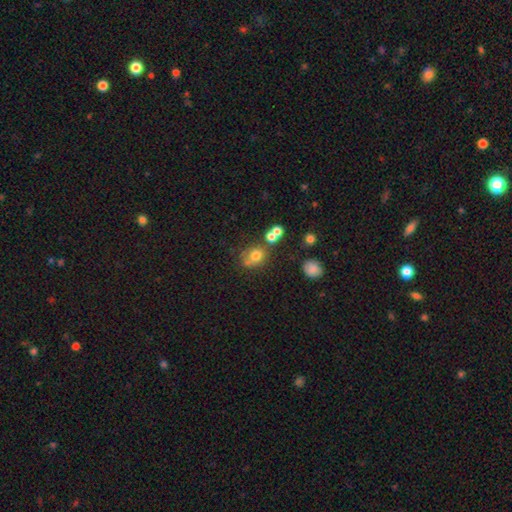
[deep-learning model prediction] This appears to be a smooth galaxy with no disk features (71%) that is round (61%). Merging: none (50%).